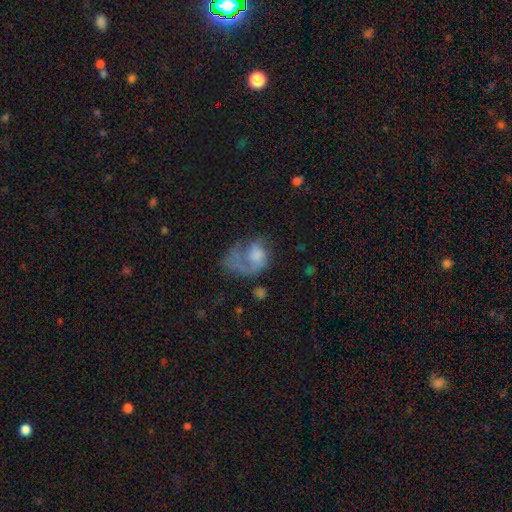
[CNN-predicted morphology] Overall: featured or disk (51%; smooth 40%). Edge-on disk: no (98%). Merging: major disturbance (56%; none 21%).